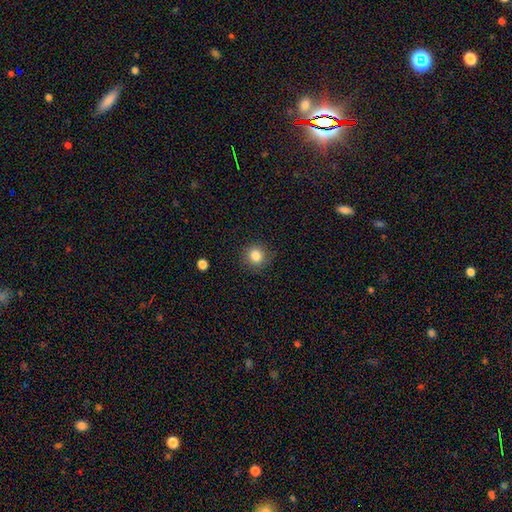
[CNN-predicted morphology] type=smooth (84%); roundness=round (90%); merging=none (87%).